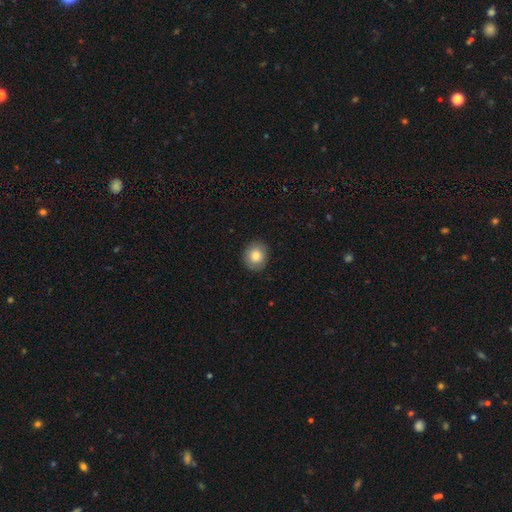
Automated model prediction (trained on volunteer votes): This appears to be a smooth galaxy with no disk features (81%) that is round (79%). Merging: none (88%).